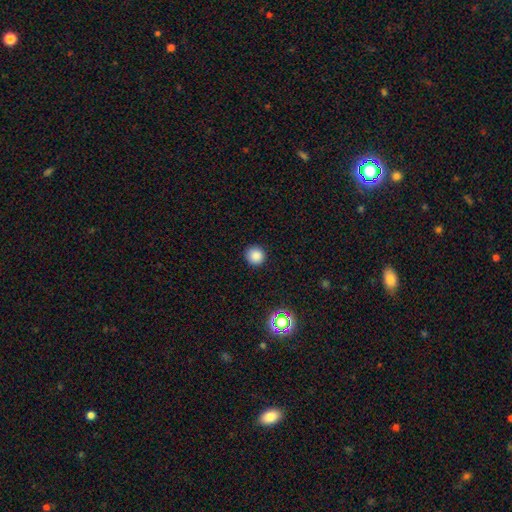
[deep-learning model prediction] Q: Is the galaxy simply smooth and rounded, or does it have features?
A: smooth — 85%.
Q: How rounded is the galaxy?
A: round — 94%.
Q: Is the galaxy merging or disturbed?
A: none — 91%.